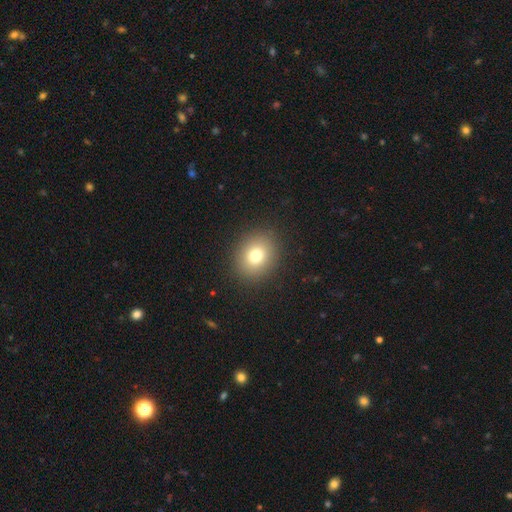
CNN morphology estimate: Smooth or featured? Predicted: smooth (p=0.76). How rounded? Predicted: round (p=0.69). Merging? Predicted: none (p=0.89).